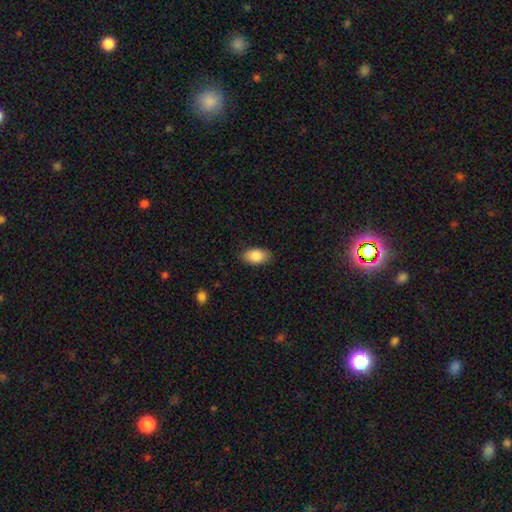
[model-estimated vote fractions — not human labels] A smooth galaxy with no disk features (85%) that is in between round and cigar-shaped (93%). Merging: none (87%).